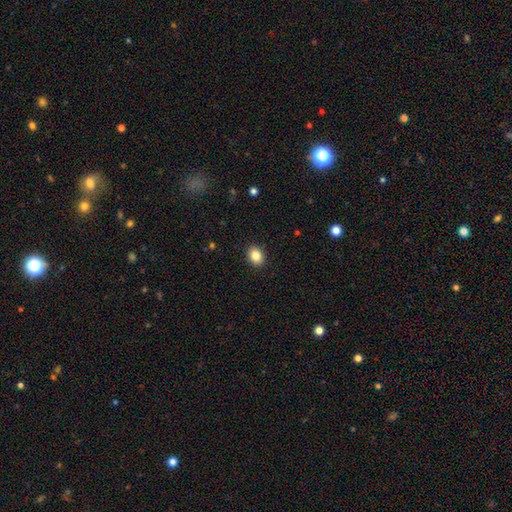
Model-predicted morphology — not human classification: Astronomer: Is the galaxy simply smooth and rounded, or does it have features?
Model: smooth — 85%.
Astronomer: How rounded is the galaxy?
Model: in between — 63%.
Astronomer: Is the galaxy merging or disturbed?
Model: none — 91%.